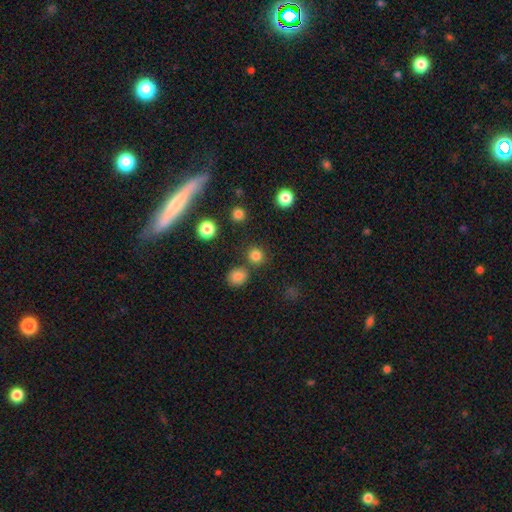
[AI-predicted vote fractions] Smooth or featured: smooth — 80% (star or artifact — 15%)
How rounded: round — 90% (in between — 9%)
Merging: none — 78% (merger — 12%)